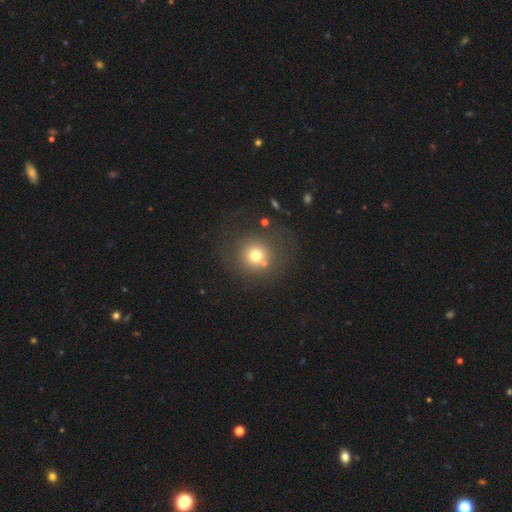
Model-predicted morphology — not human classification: Smooth or featured?
  - smooth: 70% *
  - star or artifact: 17%
  - featured or disk: 13%
How rounded?
  - round: 91% *
  - in between: 8%
  - cigar-shaped: 1%
Merging?
  - none: 72% *
  - minor disturbance: 11%
  - merger: 9%
  - major disturbance: 8%